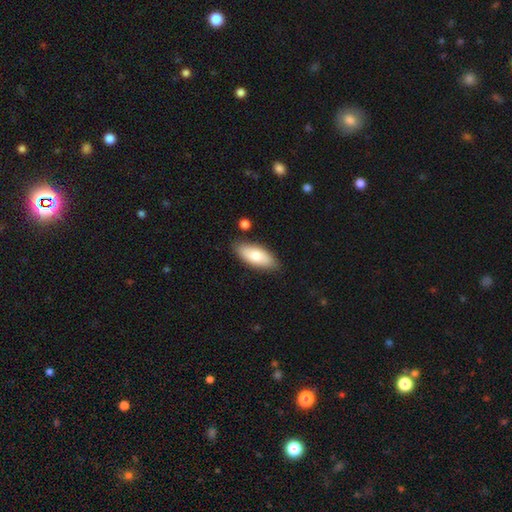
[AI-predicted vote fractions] smooth_or_featured: smooth (p=0.76) [alt: featured or disk p=0.18]
how_rounded: in between (p=0.83) [alt: cigar-shaped p=0.15]
merging: none (p=0.82) [alt: minor disturbance p=0.12]